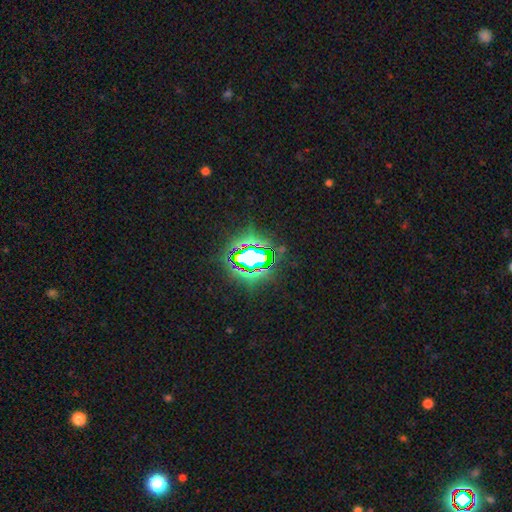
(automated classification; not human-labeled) The model was most divided on "smooth or featured": star or artifact: 67%, smooth: 19%, featured or disk: 14%.